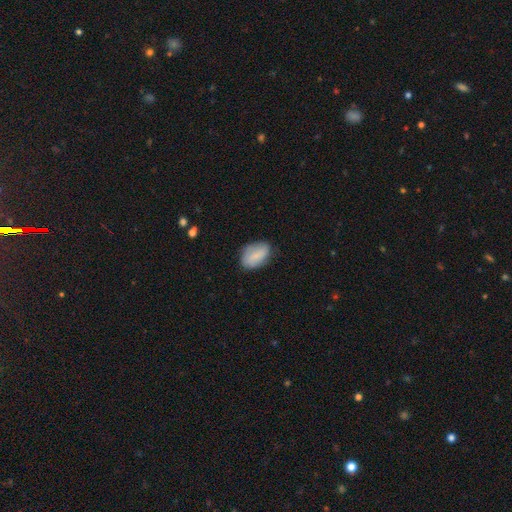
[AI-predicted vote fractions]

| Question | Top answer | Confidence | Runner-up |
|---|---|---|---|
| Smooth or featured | smooth | 81% | featured or disk (13%) |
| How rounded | in between | 90% | round (8%) |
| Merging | none | 73% | minor disturbance (21%) |